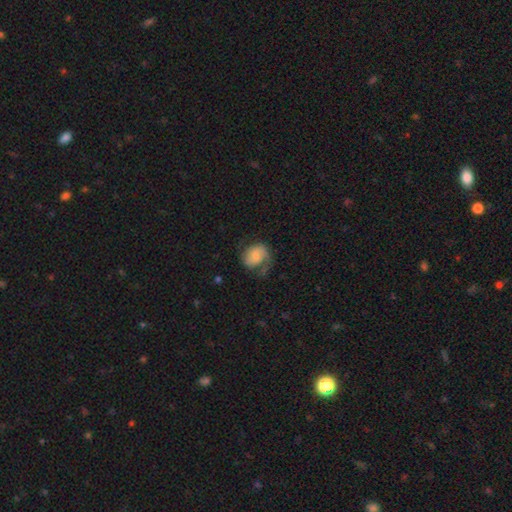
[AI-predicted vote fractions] Smooth or featured: featured or disk — 51% (smooth — 41%)
Edge-on disk: no — 98% (yes — 2%)
Bar: no — 64% (weak — 29%)
Spiral arms: yes — 87% (no — 13%)
Bulge size: small — 51% (moderate — 25%)
Merging: none — 51% (minor disturbance — 26%)